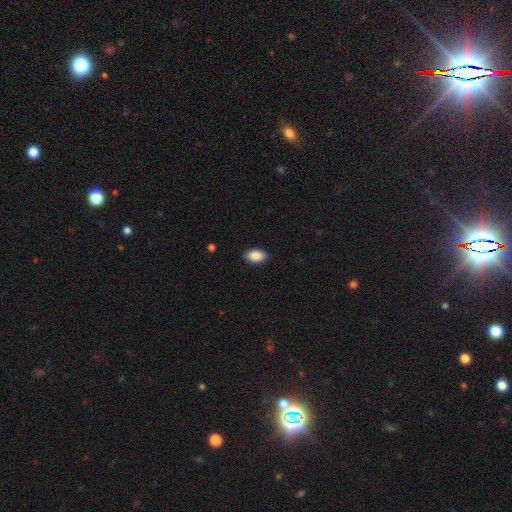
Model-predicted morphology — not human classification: type=smooth (89%); roundness=in between (92%); merging=none (89%).